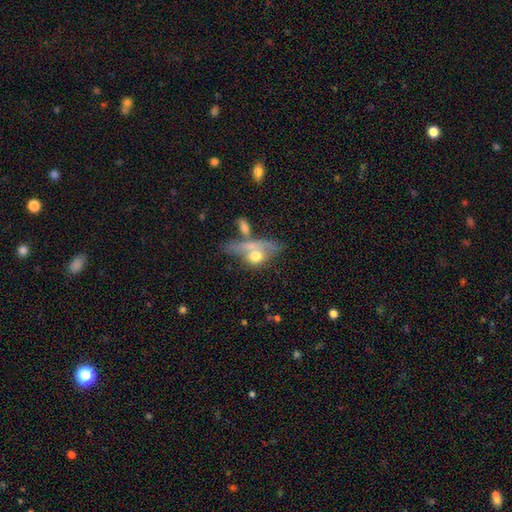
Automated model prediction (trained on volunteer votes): Morphology: type=smooth (55%); roundness=in between (59%); merging=merger (42%).